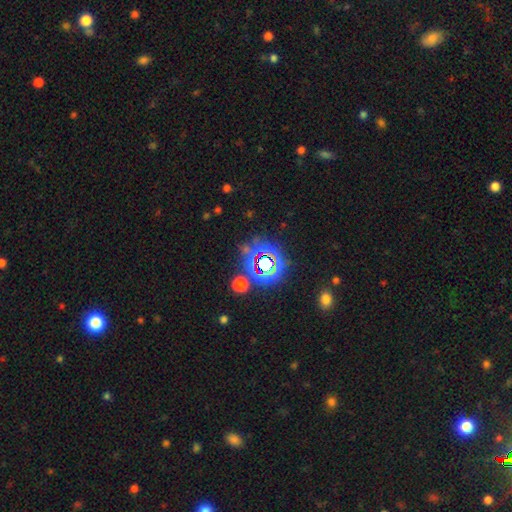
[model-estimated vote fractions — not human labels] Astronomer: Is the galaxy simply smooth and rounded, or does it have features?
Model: smooth — 43% (runner-up: star or artifact, 38%).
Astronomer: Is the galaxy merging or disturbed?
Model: none — 62%.